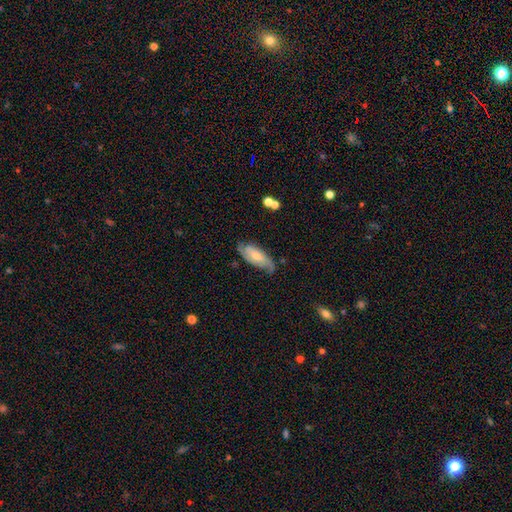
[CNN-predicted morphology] Smooth or featured: featured or disk — 62% (smooth — 32%)
Edge-on disk: no — 88% (yes — 12%)
Bar: no — 53% (weak — 36%)
Spiral arms: yes — 89% (no — 11%)
Bulge size: small — 44% (tied with moderate — 44%)
Merging: none — 71% (minor disturbance — 21%)